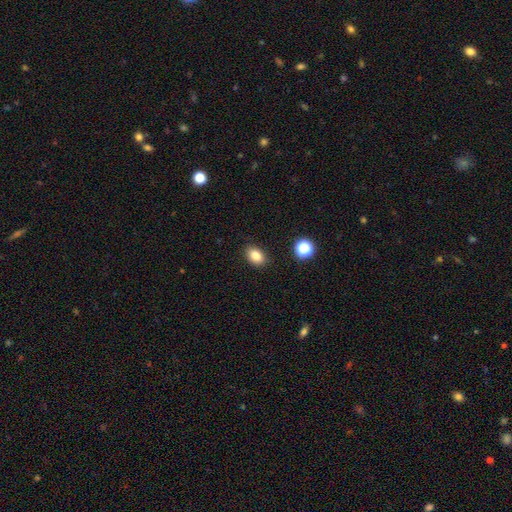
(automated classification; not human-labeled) A smooth galaxy with no disk features (83%) that is in between round and cigar-shaped (75%). Merging: none (88%).